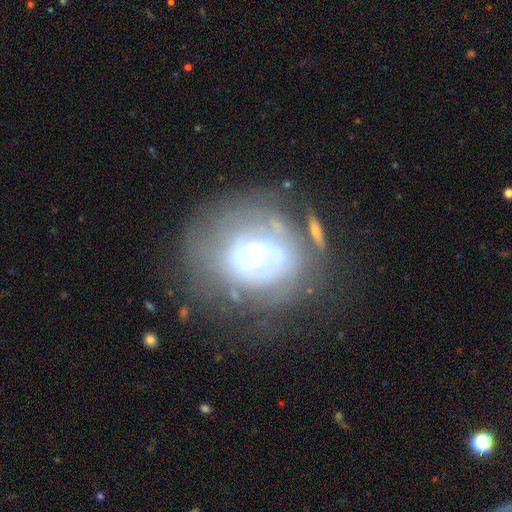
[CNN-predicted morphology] Smooth or featured: featured or disk — 68% (smooth — 21%)
Edge-on disk: no — 96% (yes — 4%)
Bar: no — 75% (weak — 17%)
Spiral arms: yes — 56% (no — 44%)
Bulge size: moderate — 46% (large — 37%)
Merging: none — 58% (minor disturbance — 18%)